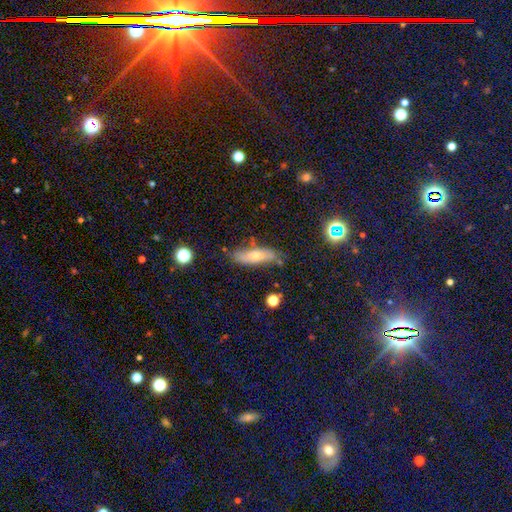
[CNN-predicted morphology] Overall: smooth (56%; featured or disk 35%). How rounded: in between (50%; cigar-shaped 47%). Merging: none (69%).